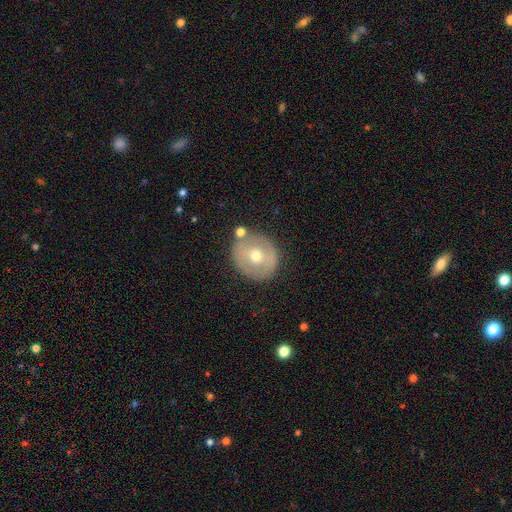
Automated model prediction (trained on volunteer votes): Smooth or featured: smooth — 46% (tied with featured or disk — 46%)
Merging: none — 79% (minor disturbance — 12%)